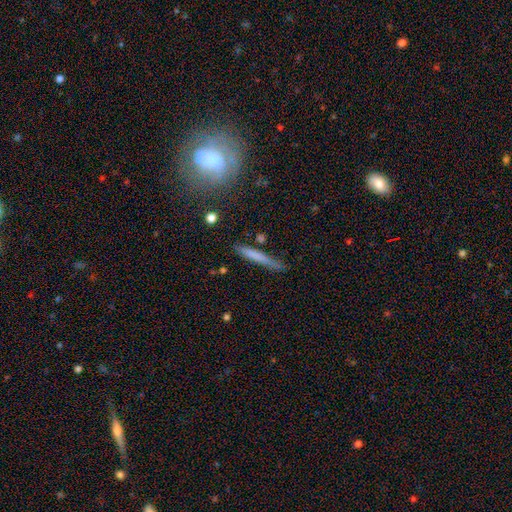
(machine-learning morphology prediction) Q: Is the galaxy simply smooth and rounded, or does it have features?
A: smooth — 66%.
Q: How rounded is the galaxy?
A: cigar-shaped — 95%.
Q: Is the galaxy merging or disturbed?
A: none — 76%.